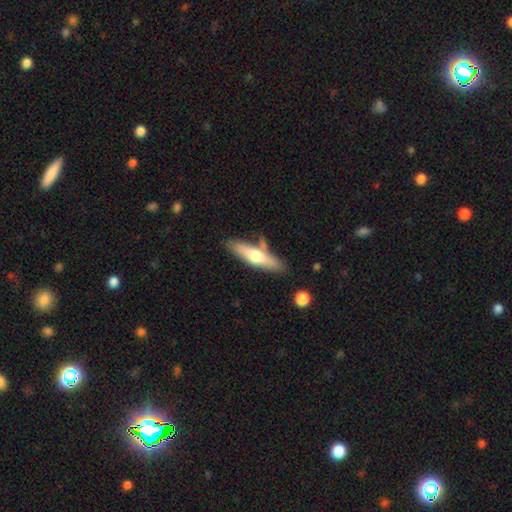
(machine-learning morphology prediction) smooth_or_featured: smooth (p=0.56) [alt: featured or disk p=0.38]
how_rounded: cigar-shaped (p=0.69) [alt: in between p=0.29]
merging: none (p=0.67) [alt: minor disturbance p=0.17]